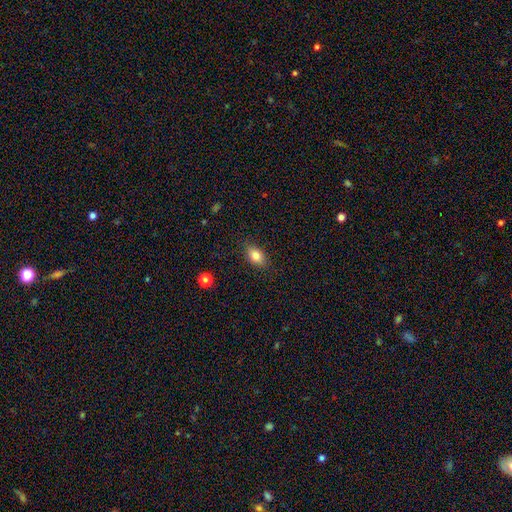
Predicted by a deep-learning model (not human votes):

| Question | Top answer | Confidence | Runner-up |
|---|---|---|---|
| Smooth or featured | smooth | 83% | star or artifact (9%) |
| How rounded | in between | 84% | round (13%) |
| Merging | none | 85% | minor disturbance (11%) |